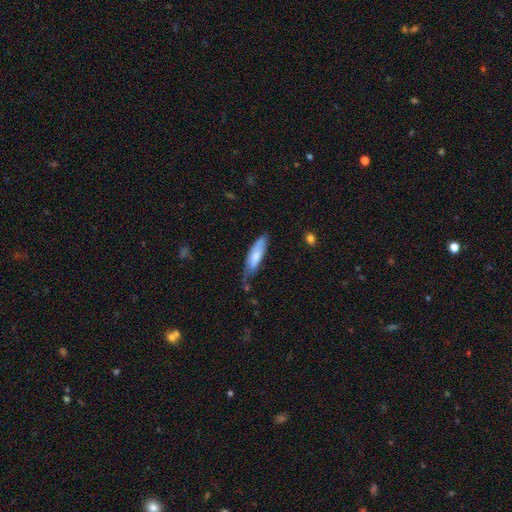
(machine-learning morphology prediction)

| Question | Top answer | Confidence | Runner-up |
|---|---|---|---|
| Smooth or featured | smooth | 70% | featured or disk (24%) |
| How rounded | cigar-shaped | 55% | in between (44%) |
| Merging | none | 46% | minor disturbance (38%) |